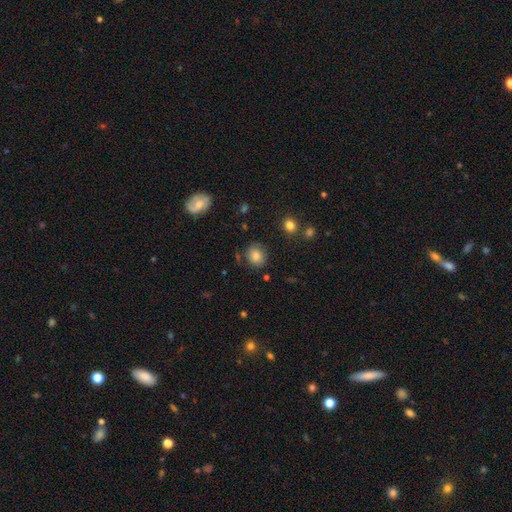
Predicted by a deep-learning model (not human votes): smooth-or-featured: smooth: 82% | star or artifact: 11% | featured or disk: 7%
  how-rounded: round: 70% | in between: 29% | cigar-shaped: 1%
  merging: none: 82% | minor disturbance: 12% | merger: 3% | major disturbance: 3%